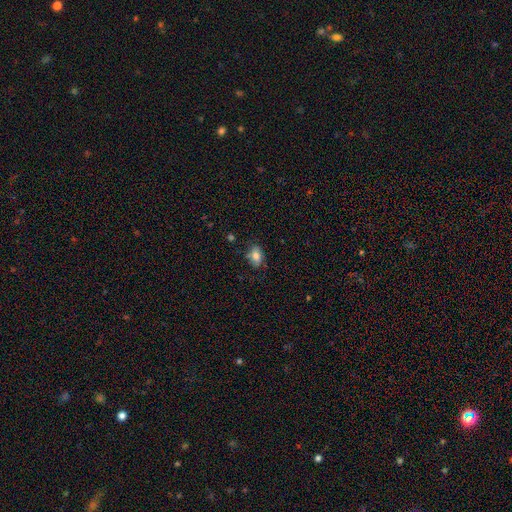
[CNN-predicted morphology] Q: Smooth or featured?
A: smooth (76%); runner-up: featured or disk (15%)
Q: How rounded?
A: in between (80%); runner-up: round (18%)
Q: Merging?
A: none (66%); runner-up: minor disturbance (25%)